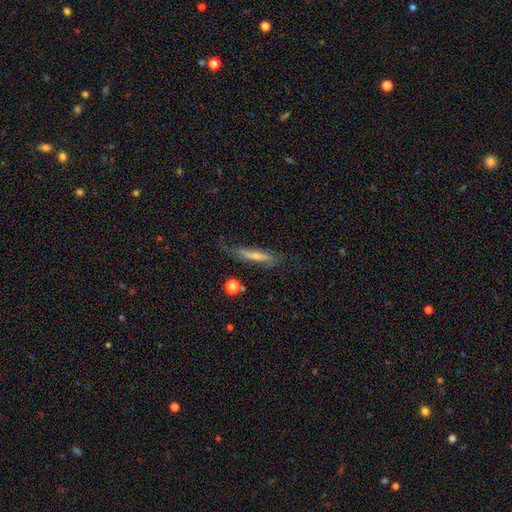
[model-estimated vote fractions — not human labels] smooth-or-featured: featured or disk: 53% | smooth: 38% | star or artifact: 9%
  disk-edge-on: yes: 73% | no: 27%
  merging: none: 63% | minor disturbance: 24% | major disturbance: 10% | merger: 3%